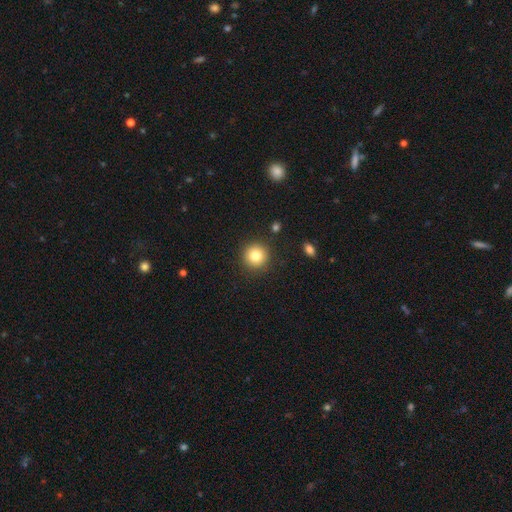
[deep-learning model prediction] Smooth or featured?
  - smooth: 82% *
  - star or artifact: 11%
  - featured or disk: 8%
How rounded?
  - round: 95% *
  - in between: 4%
  - cigar-shaped: 1%
Merging?
  - none: 90% *
  - minor disturbance: 6%
  - major disturbance: 2%
  - merger: 2%